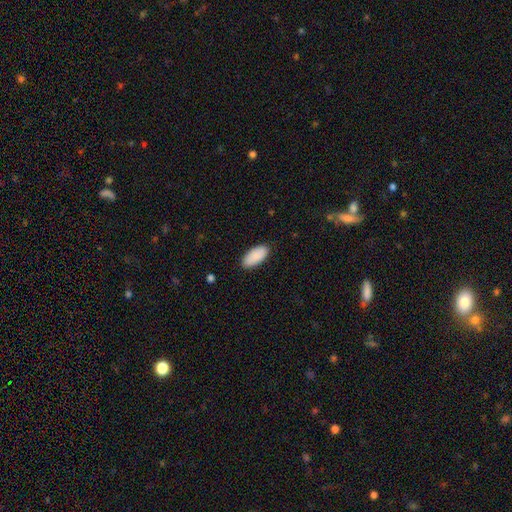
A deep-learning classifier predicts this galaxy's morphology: Overall: smooth (90%). How rounded: in between (93%). Merging: none (88%).